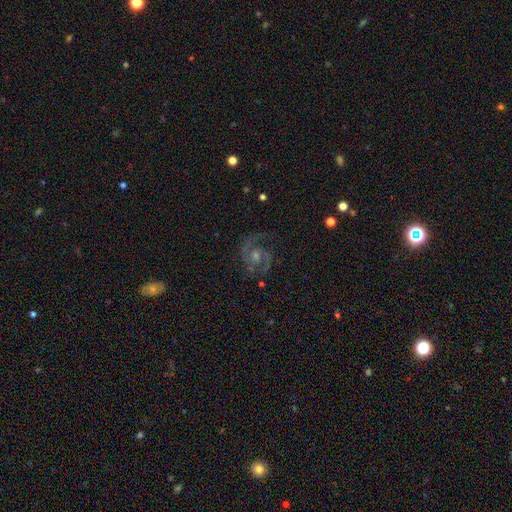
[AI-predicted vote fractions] Morphology: type=featured or disk (90%); edge-on=no (98%); bar=no (58%); spiral arms=yes (98%); winding=medium (62%); arm count=2 (91%); bulge=small (50%); merging=none (77%).